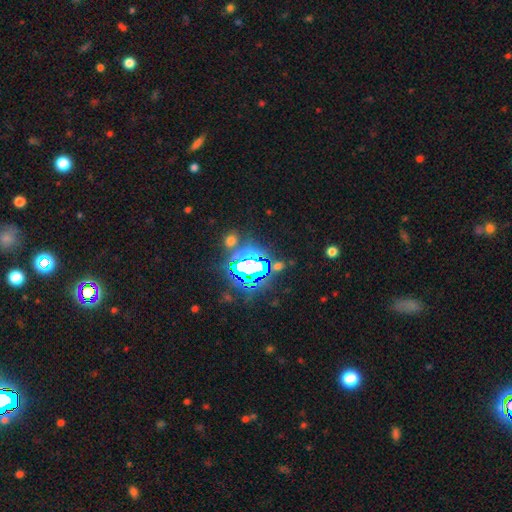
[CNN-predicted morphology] star or artifact 70%, smooth 18%, featured or disk 13%.